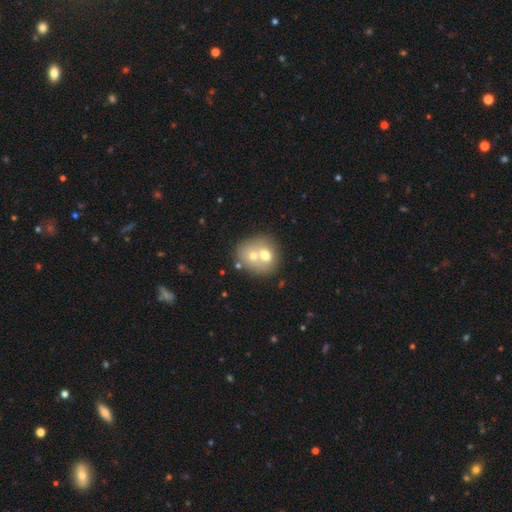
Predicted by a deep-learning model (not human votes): smooth 61%, featured or disk 30%, star or artifact 9%. Down the decision tree: how rounded — round (73%); merging — merger (63%).